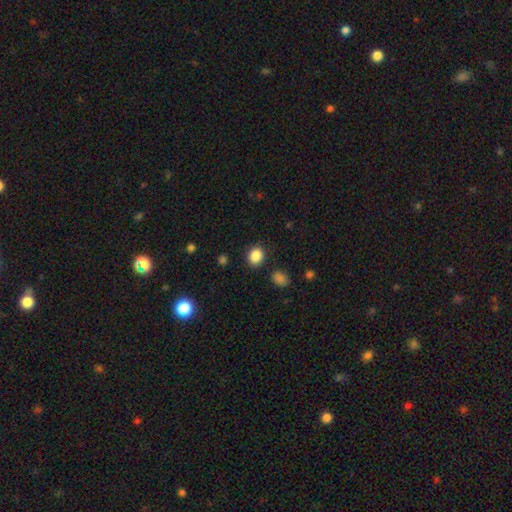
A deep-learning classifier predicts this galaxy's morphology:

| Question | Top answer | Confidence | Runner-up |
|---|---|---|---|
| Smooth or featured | smooth | 87% | star or artifact (10%) |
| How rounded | round | 65% | in between (34%) |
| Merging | none | 88% | minor disturbance (8%) |